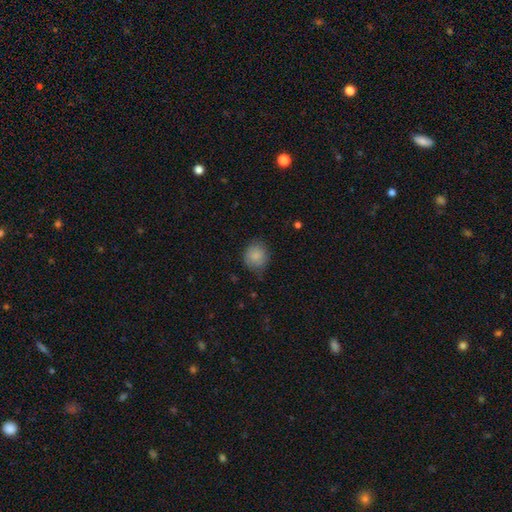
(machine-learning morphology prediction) type=smooth (85%); roundness=round (80%); merging=none (72%).